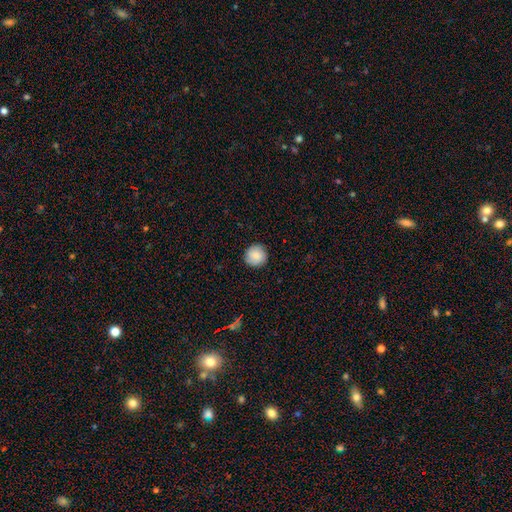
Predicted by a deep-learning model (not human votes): smooth 85%, featured or disk 8%, star or artifact 7%. Down the decision tree: how rounded — round (95%); merging — none (89%).